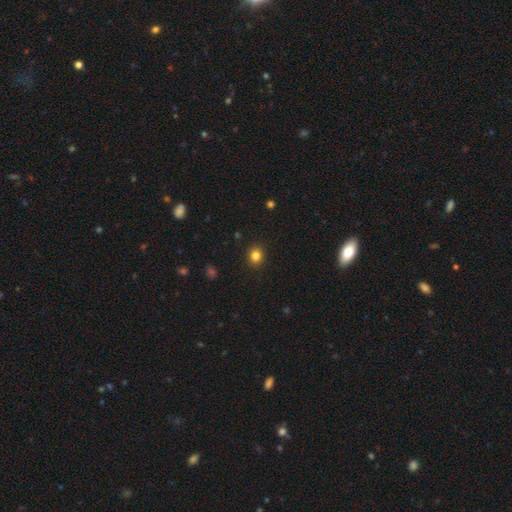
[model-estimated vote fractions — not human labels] smooth-or-featured: smooth: 83% | star or artifact: 12% | featured or disk: 5%
  how-rounded: round: 74% | in between: 25% | cigar-shaped: 1%
  merging: none: 90% | minor disturbance: 7% | major disturbance: 2% | merger: 1%